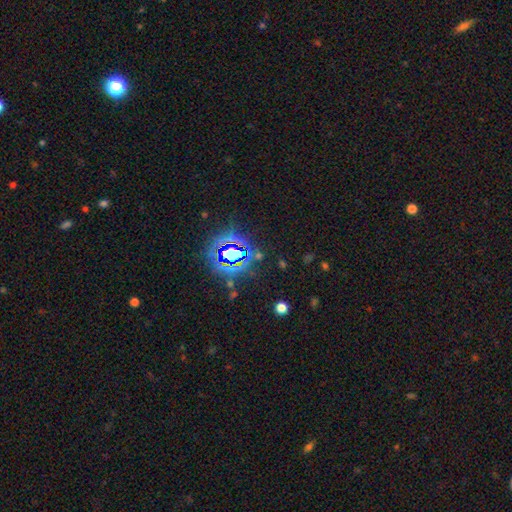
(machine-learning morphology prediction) A star or artifact, not a galaxy (76%).

Vote fractions:
- Smooth or featured? star or artifact: 76% / smooth: 15% / featured or disk: 9%